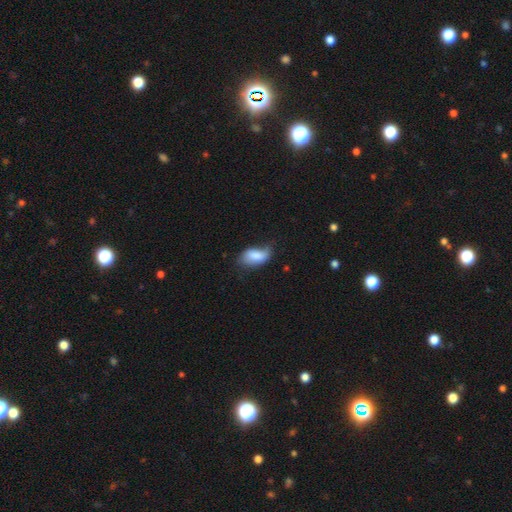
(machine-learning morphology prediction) smooth_or_featured: smooth (p=0.78) [alt: featured or disk p=0.15]
how_rounded: in between (p=0.93) [alt: round p=0.04]
merging: none (p=0.46) [alt: minor disturbance p=0.39]